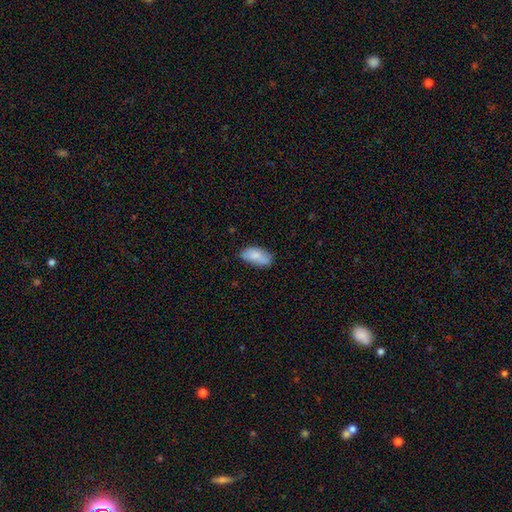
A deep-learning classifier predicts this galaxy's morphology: A smooth galaxy with no disk features (81%) that is in between round and cigar-shaped (92%).

Vote fractions:
- Smooth or featured? smooth: 81% / featured or disk: 12% / star or artifact: 7%
- How rounded? in between: 92% / cigar-shaped: 5% / round: 3%
- Merging? none: 63% / minor disturbance: 28% / major disturbance: 6% / merger: 3%